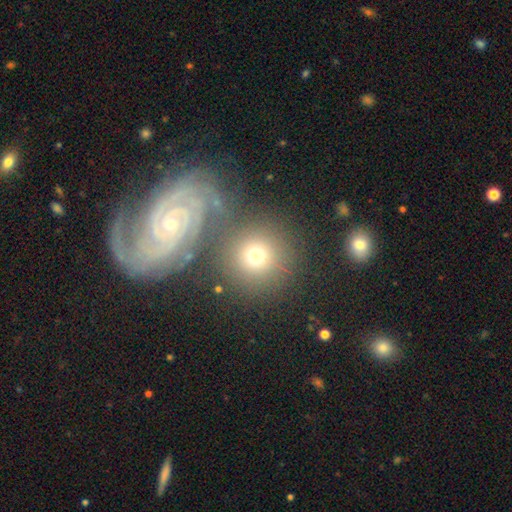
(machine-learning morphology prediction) Overall: smooth (65%). How rounded: round (90%). Merging: none (67%).